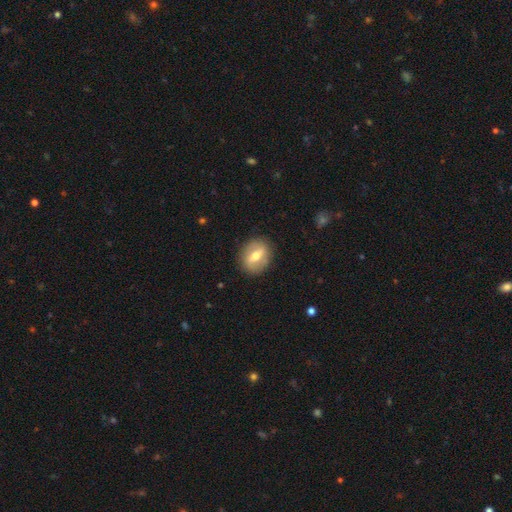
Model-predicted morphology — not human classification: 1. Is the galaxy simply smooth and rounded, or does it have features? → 48% featured or disk, 45% smooth, 7% star or artifact.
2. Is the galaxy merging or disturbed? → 87% none, 9% minor disturbance, 3% major disturbance, 1% merger.